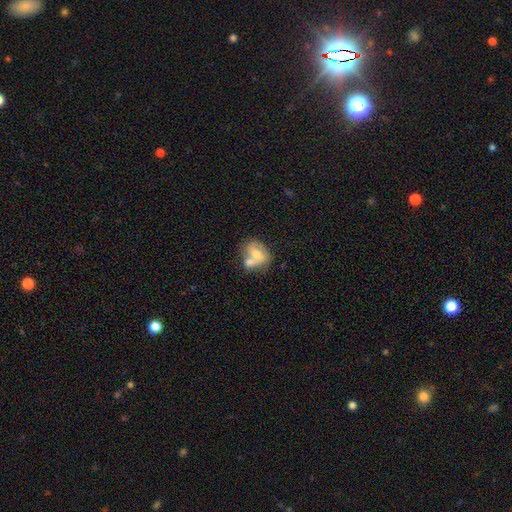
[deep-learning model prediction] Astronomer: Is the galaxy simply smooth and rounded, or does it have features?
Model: smooth — 56% (runner-up: featured or disk, 36%).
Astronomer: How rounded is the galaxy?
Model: in between — 71%.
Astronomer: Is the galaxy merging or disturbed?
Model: merger — 56%.